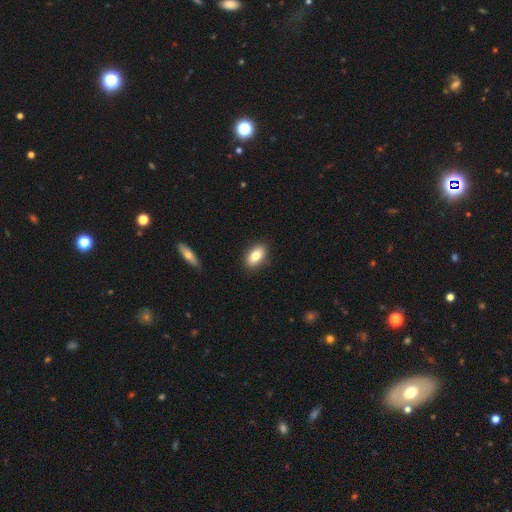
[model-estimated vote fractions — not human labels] Smooth or featured? smooth (81%)
How rounded? in between (90%)
Merging? none (88%)